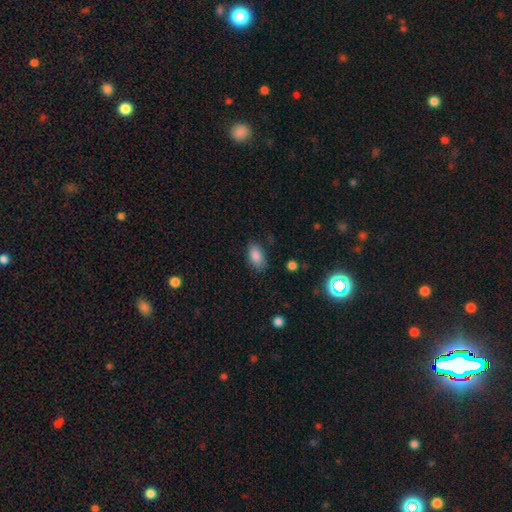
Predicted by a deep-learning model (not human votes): The model was most divided on "merging": none: 80%, minor disturbance: 15%, major disturbance: 4%, merger: 1%. More confident: how rounded — in between (91%); smooth or featured — smooth (85%).